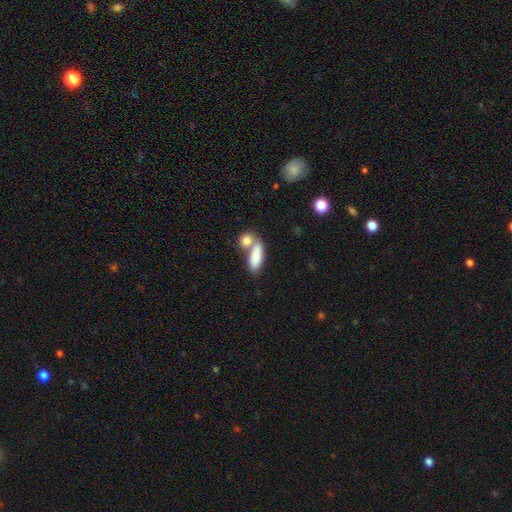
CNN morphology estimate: A smooth galaxy with no disk features (84%) that is in between round and cigar-shaped (71%). Merging: merger (49%).